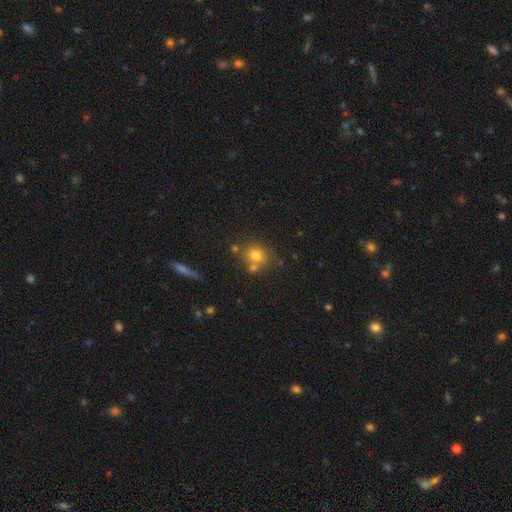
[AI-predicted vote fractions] Q: Smooth or featured?
A: smooth (76%); runner-up: star or artifact (14%)
Q: How rounded?
A: round (75%); runner-up: in between (24%)
Q: Merging?
A: none (65%); runner-up: merger (19%)